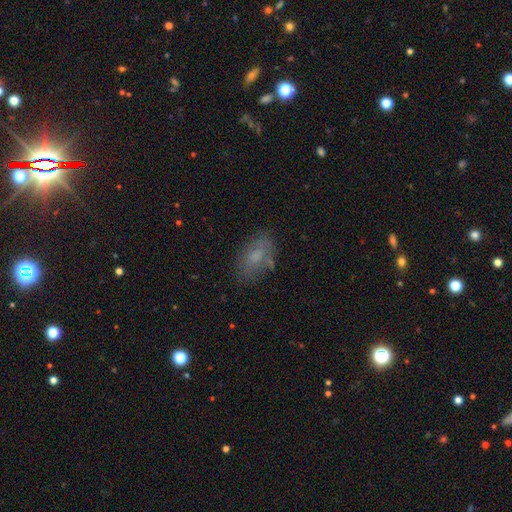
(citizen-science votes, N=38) This appears to be a smooth galaxy with no disk features (66%) that is in between round and cigar-shaped (92%). Merging: none (74%).